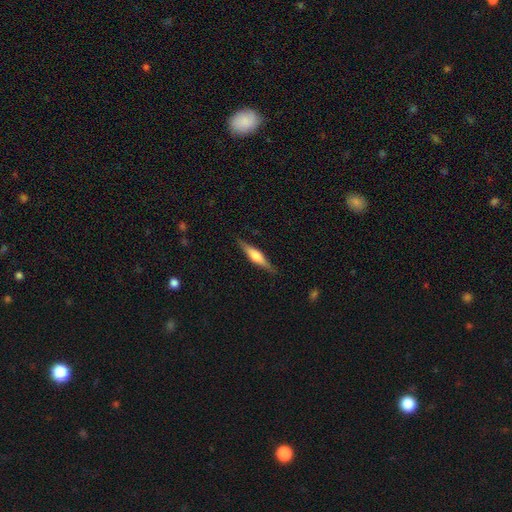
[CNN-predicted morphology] Smooth or featured? Predicted: featured or disk (p=0.62). Edge-on disk? Predicted: yes (p=0.96). Edge-on bulge? Predicted: rounded (p=0.85). Merging? Predicted: none (p=0.88).